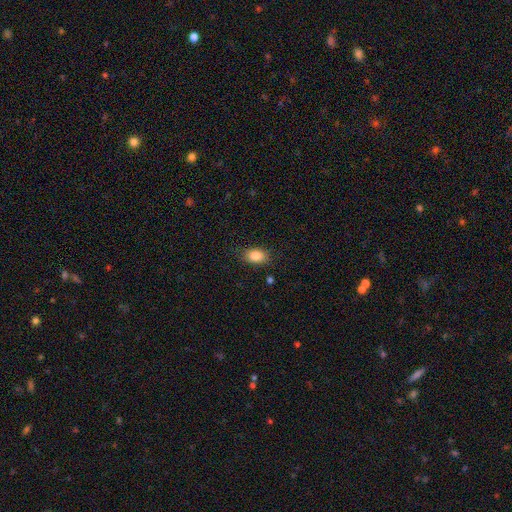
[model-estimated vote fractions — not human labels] Q: Smooth or featured?
A: smooth (84%); runner-up: star or artifact (9%)
Q: How rounded?
A: in between (82%); runner-up: round (17%)
Q: Merging?
A: none (84%); runner-up: minor disturbance (12%)